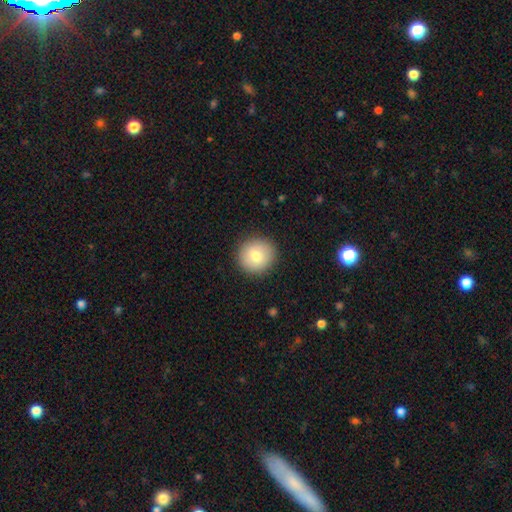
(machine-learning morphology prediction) smooth-or-featured: smooth: 79% | featured or disk: 13% | star or artifact: 8%
  how-rounded: round: 91% | in between: 8% | cigar-shaped: 1%
  merging: none: 90% | minor disturbance: 7% | major disturbance: 2% | merger: 1%